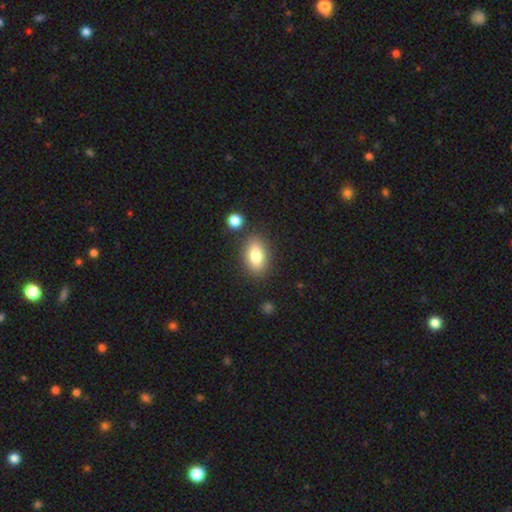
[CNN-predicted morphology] Smooth or featured? Predicted: smooth (p=0.81). How rounded? Predicted: in between (p=0.87). Merging? Predicted: none (p=0.81).